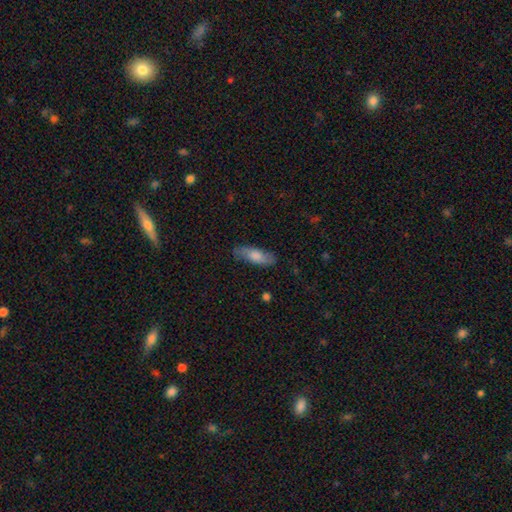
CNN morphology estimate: Smooth or featured: smooth — 69% (featured or disk — 25%)
How rounded: in between — 58% (cigar-shaped — 40%)
Merging: none — 79% (minor disturbance — 16%)